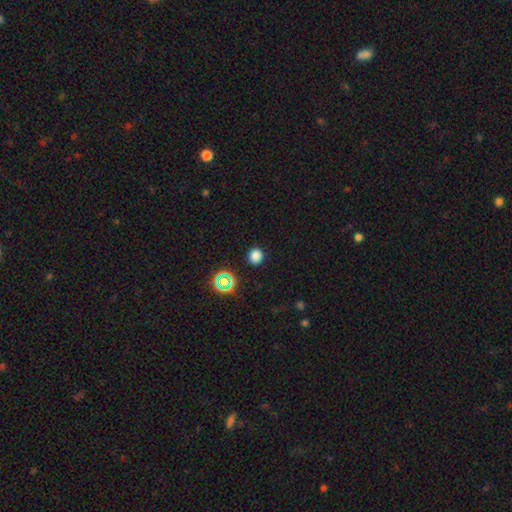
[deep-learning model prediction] smooth_or_featured: smooth (p=0.77) [alt: star or artifact p=0.19]
how_rounded: round (p=0.86) [alt: in between p=0.13]
merging: none (p=0.89) [alt: minor disturbance p=0.07]